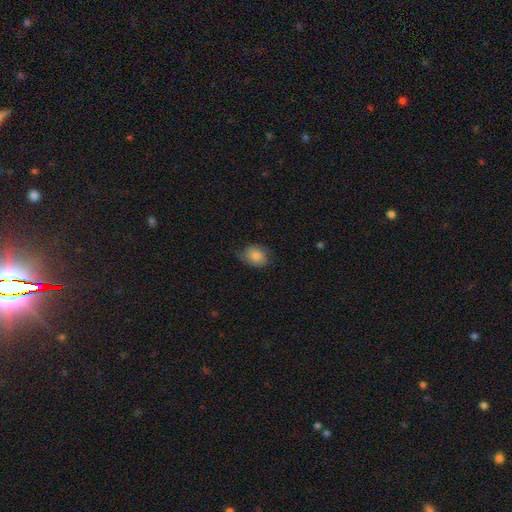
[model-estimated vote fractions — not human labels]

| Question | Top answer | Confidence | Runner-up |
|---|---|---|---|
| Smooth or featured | smooth | 80% | featured or disk (12%) |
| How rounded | in between | 63% | round (36%) |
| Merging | none | 63% | minor disturbance (28%) |